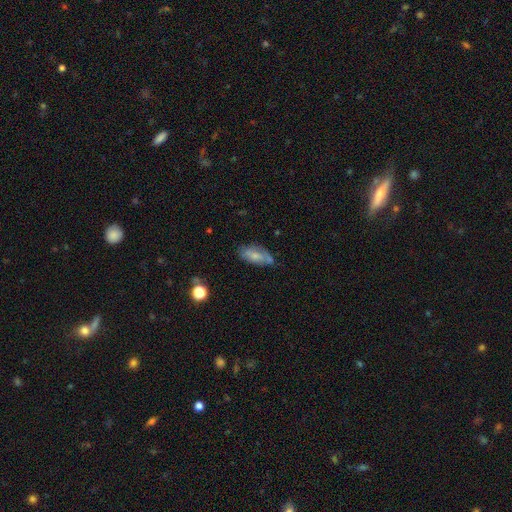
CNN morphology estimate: Smooth or featured? Predicted: smooth (p=0.59). How rounded? Predicted: in between (p=0.83). Merging? Predicted: none (p=0.58).